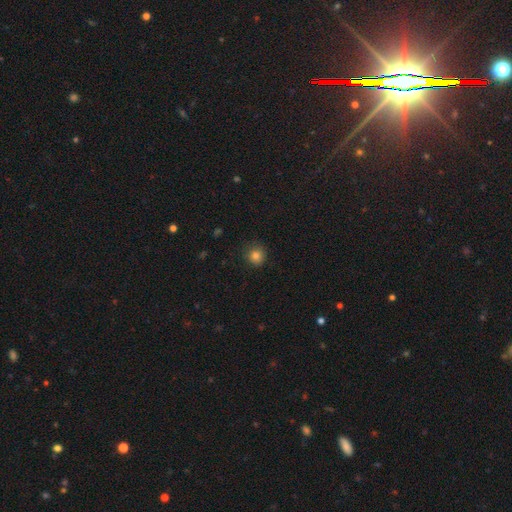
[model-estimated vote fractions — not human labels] Smooth or featured? Predicted: smooth (p=0.82). How rounded? Predicted: round (p=0.91). Merging? Predicted: none (p=0.84).